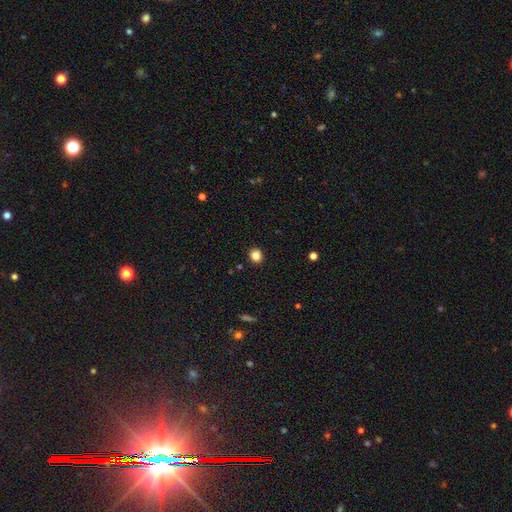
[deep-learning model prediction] Morphology: type=smooth (84%); roundness=round (83%); merging=none (92%).